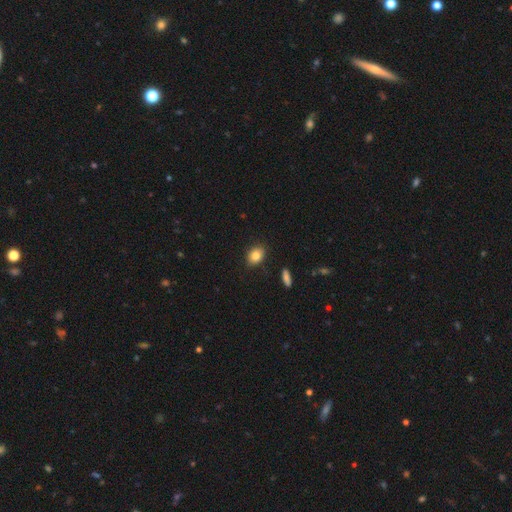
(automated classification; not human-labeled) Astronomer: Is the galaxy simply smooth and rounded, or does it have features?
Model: smooth — 82%.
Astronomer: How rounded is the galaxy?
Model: in between — 59% (runner-up: round, 40%).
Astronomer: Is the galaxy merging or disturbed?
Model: none — 86%.